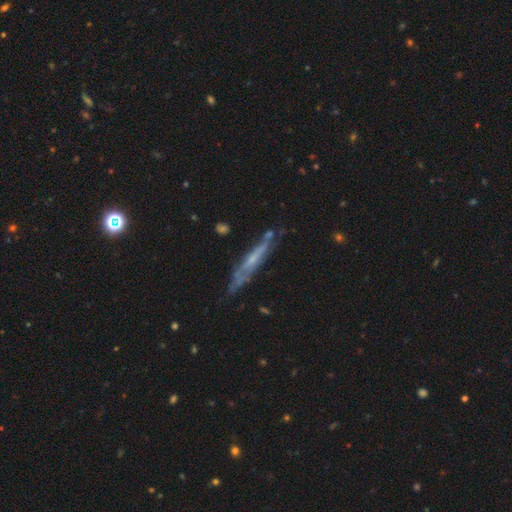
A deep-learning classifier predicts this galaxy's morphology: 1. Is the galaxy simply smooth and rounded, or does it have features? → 62% featured or disk, 31% smooth, 8% star or artifact.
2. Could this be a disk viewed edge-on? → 74% yes, 26% no.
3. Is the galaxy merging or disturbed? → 63% none, 24% minor disturbance, 8% major disturbance, 5% merger.